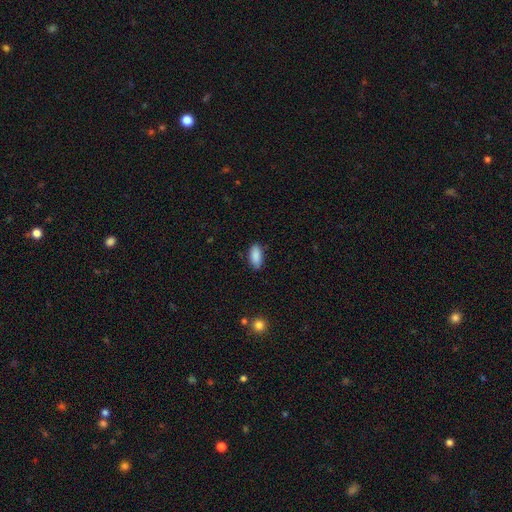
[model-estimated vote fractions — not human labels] Smooth or featured? smooth (89%)
How rounded? in between (87%)
Merging? none (85%)